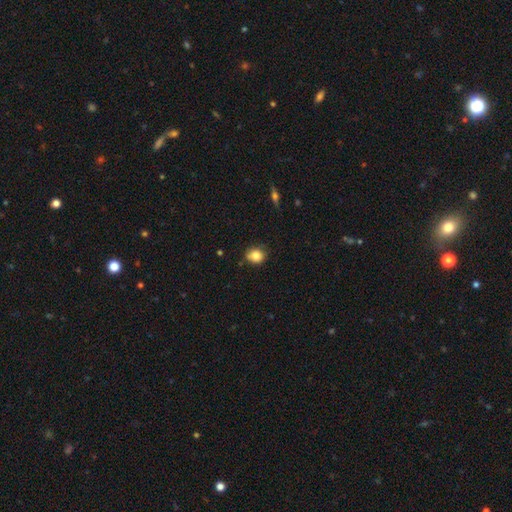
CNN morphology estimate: smooth-or-featured: smooth: 83% | star or artifact: 10% | featured or disk: 7%
  how-rounded: round: 69% | in between: 30% | cigar-shaped: 1%
  merging: none: 71% | minor disturbance: 23% | major disturbance: 4% | merger: 3%